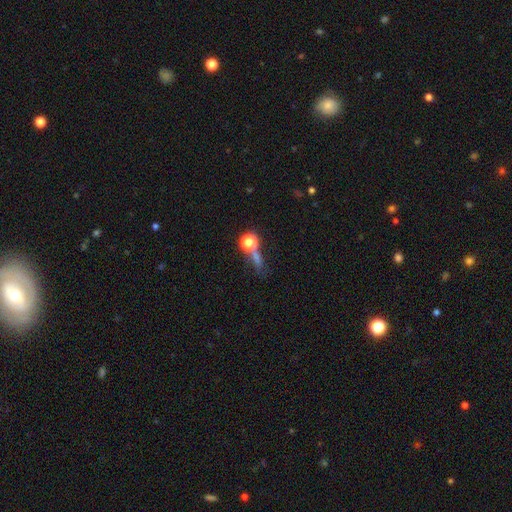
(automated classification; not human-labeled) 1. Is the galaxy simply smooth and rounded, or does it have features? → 49% smooth, 35% star or artifact, 16% featured or disk.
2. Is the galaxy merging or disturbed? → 53% none, 22% merger, 12% minor disturbance, 12% major disturbance.